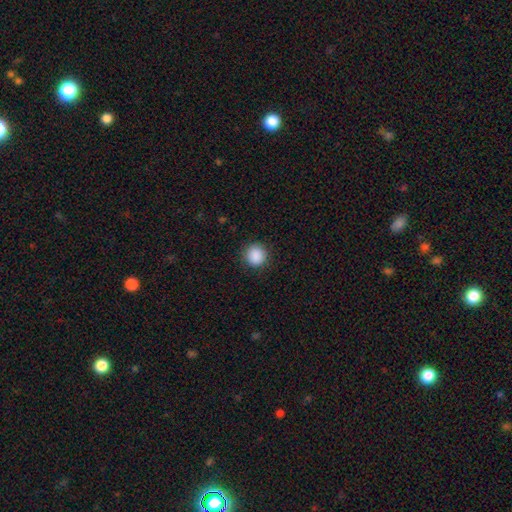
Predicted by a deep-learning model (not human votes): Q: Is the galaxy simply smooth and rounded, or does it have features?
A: smooth — 89%.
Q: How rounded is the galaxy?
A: round — 92%.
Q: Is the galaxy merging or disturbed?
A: none — 90%.